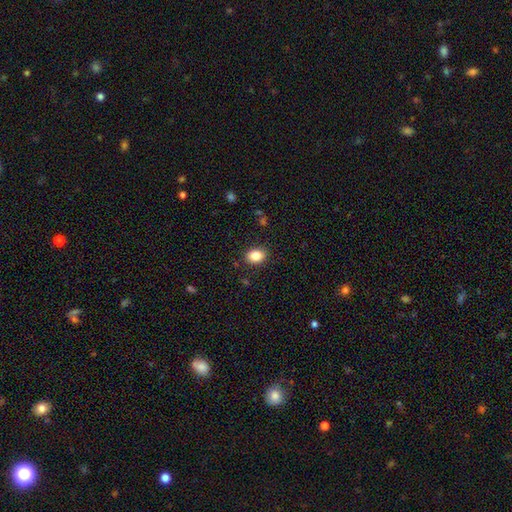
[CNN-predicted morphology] This appears to be a smooth galaxy with no disk features (86%) that is in between round and cigar-shaped (67%). Merging: none (88%).